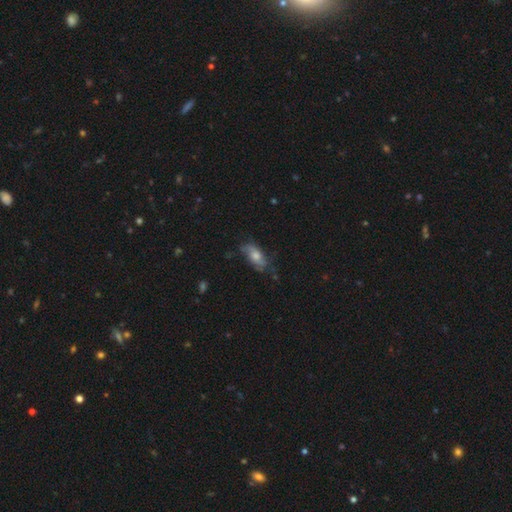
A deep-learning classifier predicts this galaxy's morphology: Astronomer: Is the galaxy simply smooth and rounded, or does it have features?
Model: featured or disk — 47% (runner-up: smooth, 45%).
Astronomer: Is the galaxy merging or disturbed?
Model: none — 58%.